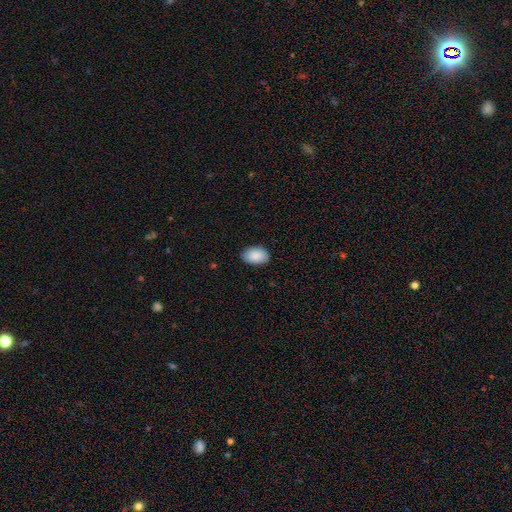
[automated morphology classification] This is clearly a smooth galaxy (90%). How rounded: clearly in between (90%). Merging: clearly none (86%).